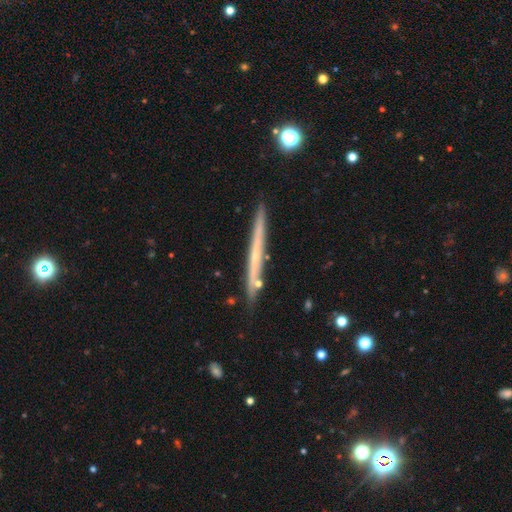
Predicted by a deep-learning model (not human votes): Smooth or featured?
  - featured or disk: 61% *
  - smooth: 33%
  - star or artifact: 6%
Edge-on disk?
  - yes: 96% *
  - no: 4%
Edge-on bulge?
  - none: 76% *
  - rounded: 20%
  - boxy: 3%
Merging?
  - none: 85% *
  - minor disturbance: 10%
  - merger: 3%
  - major disturbance: 2%